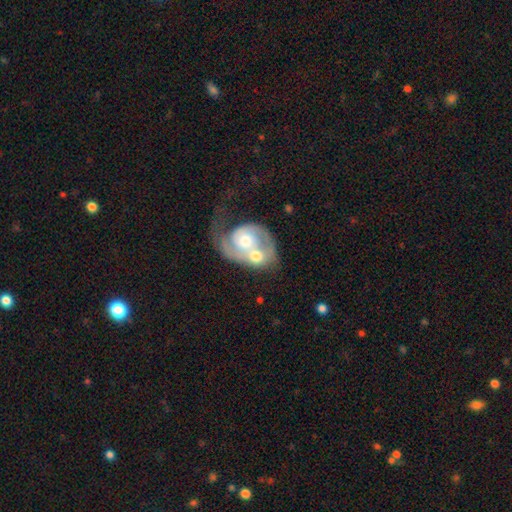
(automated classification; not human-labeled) This is likely a featured or disk galaxy (70%). It is clearly not viewed edge-on (97%). Bar: likely no (73%). Spiral arm pattern: likely yes (80%). Spiral arm count: marginally 2 (44%). Spiral winding: marginally medium (38%). Central bulge: likely moderate (65%). Merging: likely merger (69%).